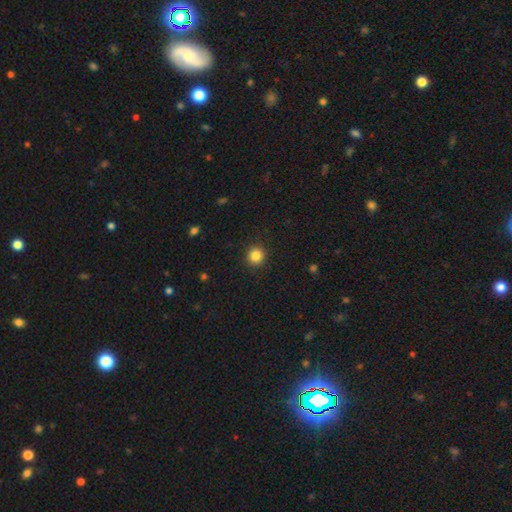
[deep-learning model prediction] Smooth or featured?
  - smooth: 85% *
  - star or artifact: 11%
  - featured or disk: 4%
How rounded?
  - round: 93% *
  - in between: 6%
  - cigar-shaped: 1%
Merging?
  - none: 92% *
  - minor disturbance: 5%
  - major disturbance: 2%
  - merger: 1%